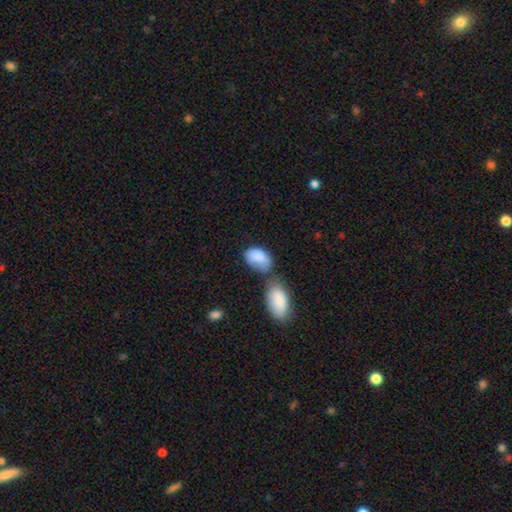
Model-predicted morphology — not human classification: smooth-or-featured: smooth: 85% | featured or disk: 9% | star or artifact: 6%
  how-rounded: in between: 91% | round: 7% | cigar-shaped: 2%
  merging: merger: 39% | none: 30% | minor disturbance: 20% | major disturbance: 11%